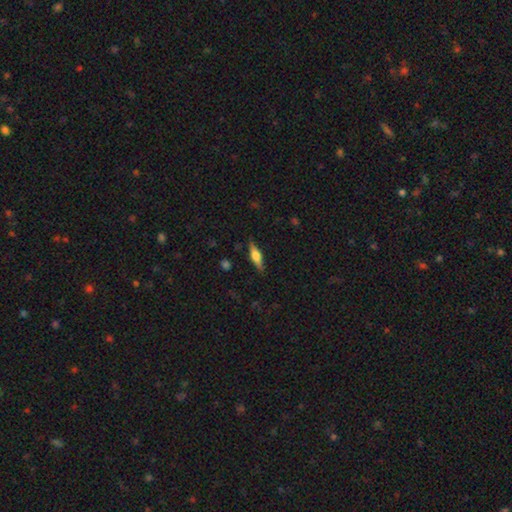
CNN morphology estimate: smooth-or-featured: featured or disk: 57% | smooth: 36% | star or artifact: 7%
  disk-edge-on: yes: 96% | no: 4%
    edge-on-bulge: rounded: 87% | boxy: 10% | none: 3%
  merging: none: 87% | minor disturbance: 10% | major disturbance: 2% | merger: 1%